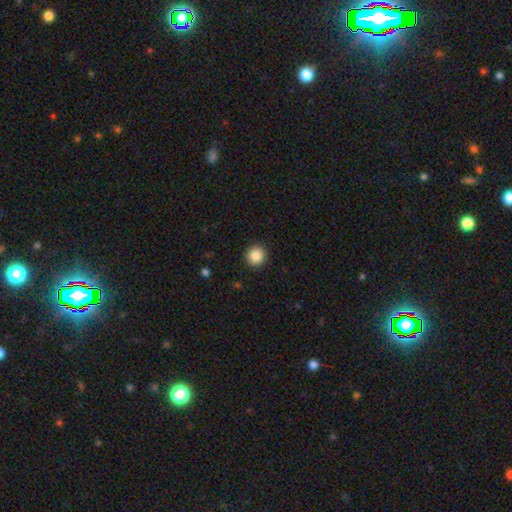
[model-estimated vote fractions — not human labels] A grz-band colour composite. It shows a smooth galaxy with no disk features (86%) that is round (93%). Merging: none (93%).